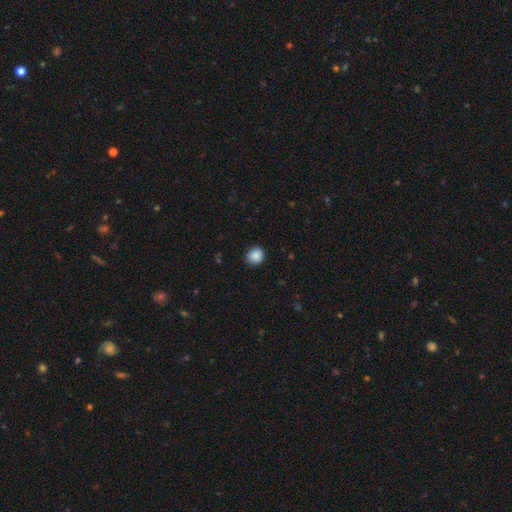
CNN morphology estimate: This is clearly a smooth galaxy (88%). How rounded: clearly round (82%). Merging: clearly none (89%).